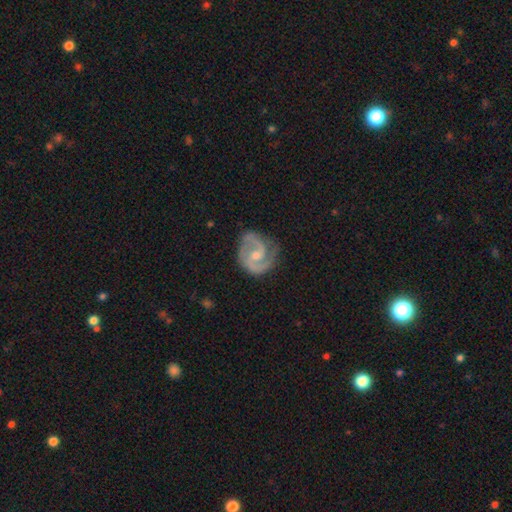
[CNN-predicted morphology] A featured or disk galaxy (90%) with no bar (47%), 2 (89%) medium (55%) spiral arms (98%) and a moderate central bulge (48%).

Vote fractions:
- Smooth or featured? featured or disk: 90% / smooth: 6% / star or artifact: 4%
- Edge-on disk? no: 98% / yes: 2%
- Bar? no: 47% / weak: 44% / strong: 10%
- Spiral arms? yes: 98% / no: 2%
- Spiral winding? medium: 55% / tight: 33% / loose: 12%
- Spiral arm count? 2: 89% / can't tell: 3% / 3: 3% / 1: 3% / 4: 1% / more than 4: 1%
- Bulge size? moderate: 48% / small: 47% / none: 3% / large: 1% / dominant: 1%
- Merging? none: 73% / minor disturbance: 19% / major disturbance: 6% / merger: 1%